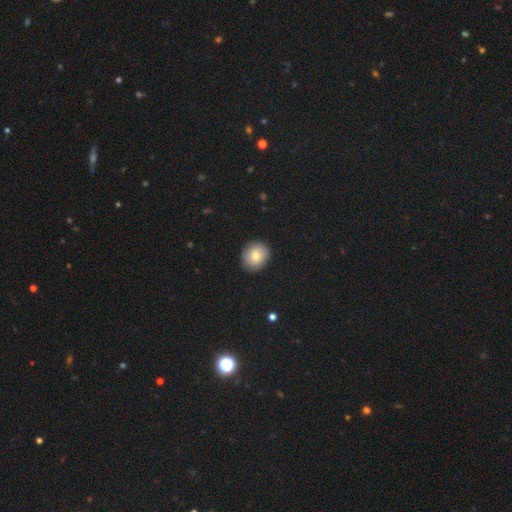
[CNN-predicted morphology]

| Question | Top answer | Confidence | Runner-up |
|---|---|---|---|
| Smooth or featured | smooth | 78% | featured or disk (13%) |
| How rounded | round | 79% | in between (20%) |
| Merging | none | 87% | minor disturbance (10%) |